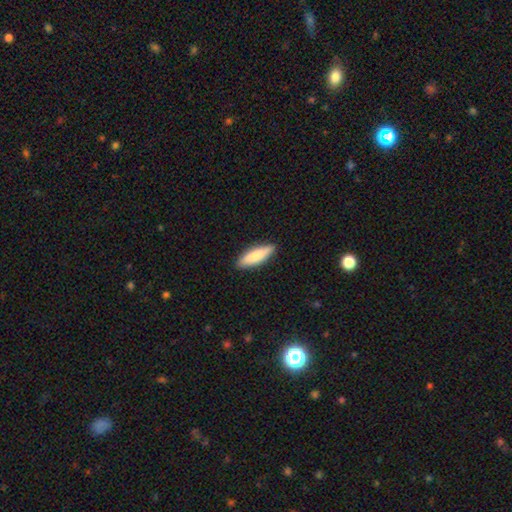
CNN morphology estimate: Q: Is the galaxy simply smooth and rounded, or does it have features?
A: smooth — 82%.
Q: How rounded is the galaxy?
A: cigar-shaped — 56%.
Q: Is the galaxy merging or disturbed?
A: none — 89%.